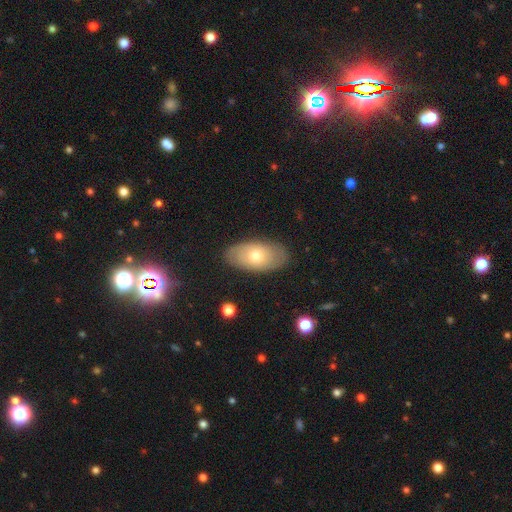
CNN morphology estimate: Smooth or featured? Predicted: smooth (p=0.61). How rounded? Predicted: in between (p=0.93). Merging? Predicted: none (p=0.84).